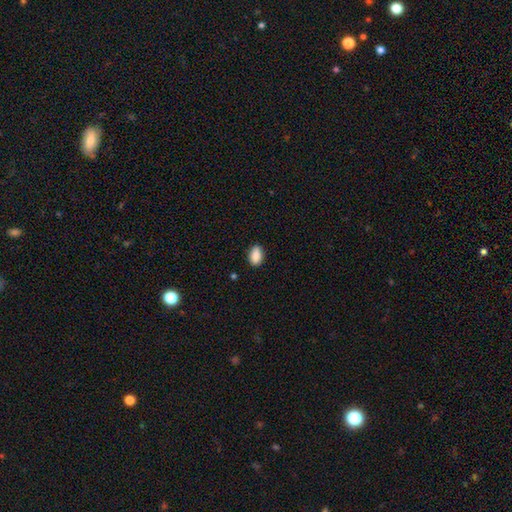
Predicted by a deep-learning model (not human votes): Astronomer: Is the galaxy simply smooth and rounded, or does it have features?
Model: smooth — 89%.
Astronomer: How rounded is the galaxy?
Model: in between — 90%.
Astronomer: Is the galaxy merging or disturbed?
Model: none — 85%.